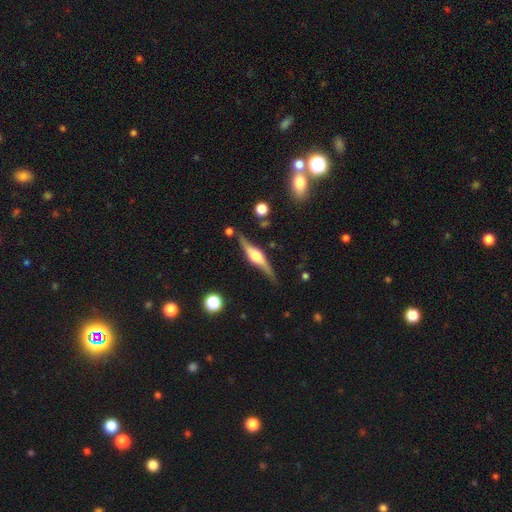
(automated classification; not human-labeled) The model was most divided on "merging": none: 80%, minor disturbance: 13%, merger: 3%, major disturbance: 3%. More confident: edge-on disk — yes (96%); edge-on bulge — rounded (90%); smooth or featured — featured or disk (81%).